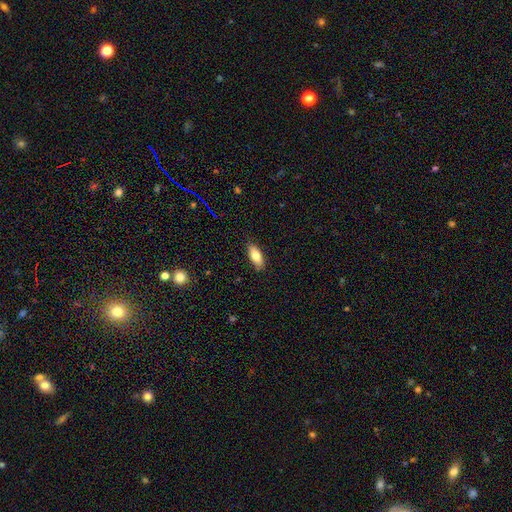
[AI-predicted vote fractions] Morphology: type=smooth (79%); roundness=in between (80%); merging=none (86%).